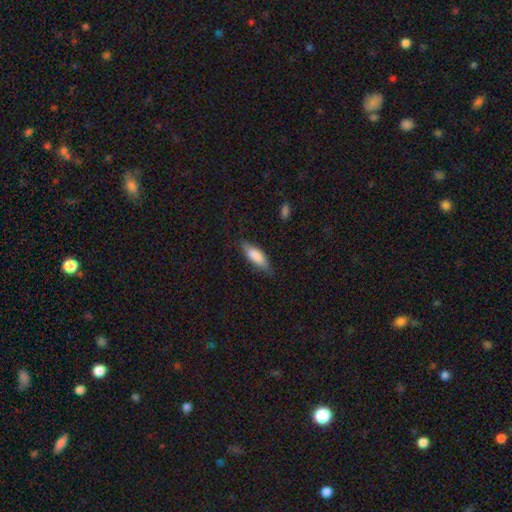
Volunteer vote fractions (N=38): Q: Smooth or featured?
A: smooth (82%); runner-up: featured or disk (18%)
Q: How rounded?
A: in between (55%); runner-up: cigar-shaped (45%)
Q: Merging?
A: none (76%); runner-up: minor disturbance (16%)